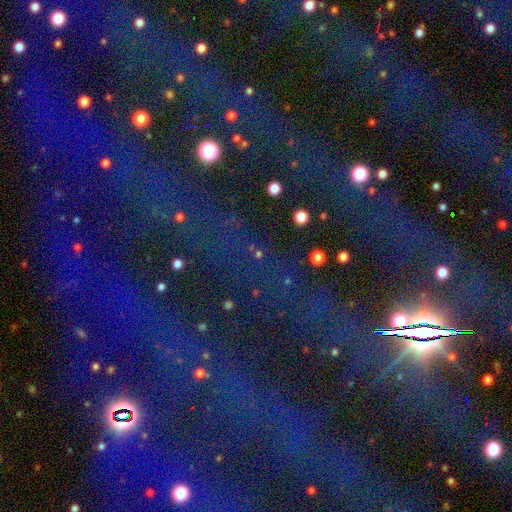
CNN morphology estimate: Overall: star or artifact (84%).